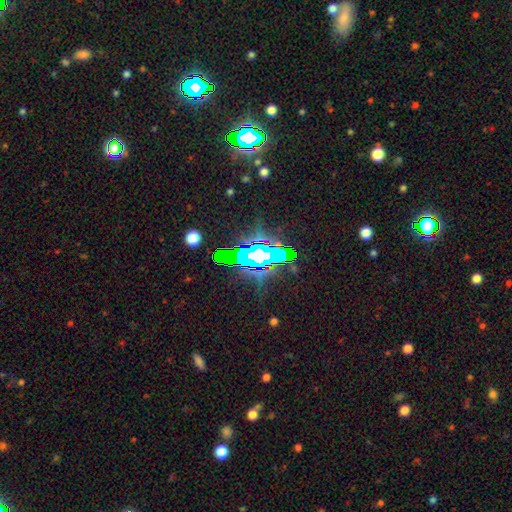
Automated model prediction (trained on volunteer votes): Smooth or featured: star or artifact — 70% (featured or disk — 18%)